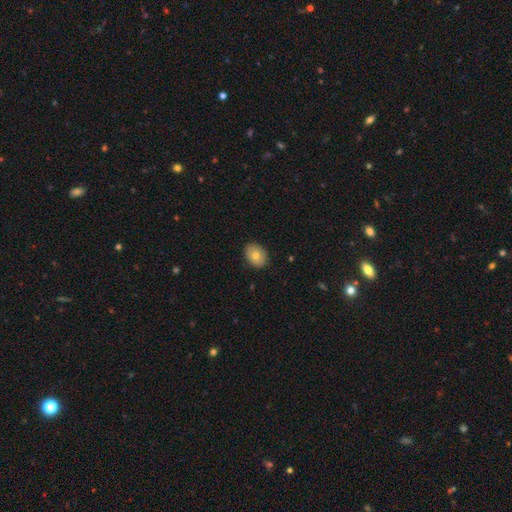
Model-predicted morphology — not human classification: Smooth or featured?
  - smooth: 74% *
  - featured or disk: 18%
  - star or artifact: 8%
How rounded?
  - in between: 65% *
  - round: 34%
  - cigar-shaped: 1%
Merging?
  - none: 88% *
  - minor disturbance: 10%
  - major disturbance: 2%
  - merger: 1%